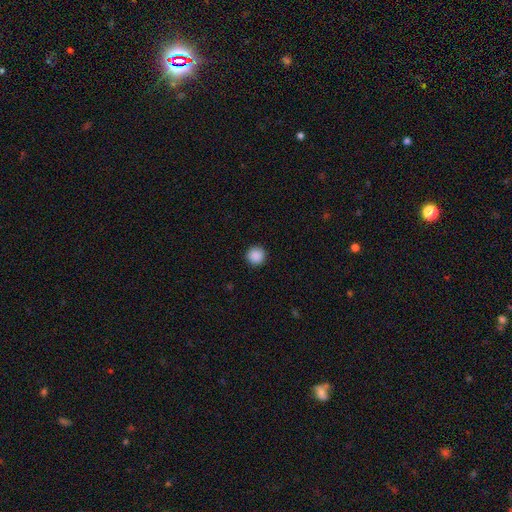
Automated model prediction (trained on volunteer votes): A smooth galaxy with no disk features (89%) that is round (96%).

Vote fractions:
- Smooth or featured? smooth: 89% / star or artifact: 9% / featured or disk: 2%
- How rounded? round: 96% / in between: 3% / cigar-shaped: 1%
- Merging? none: 93% / minor disturbance: 5% / major disturbance: 2% / merger: 1%